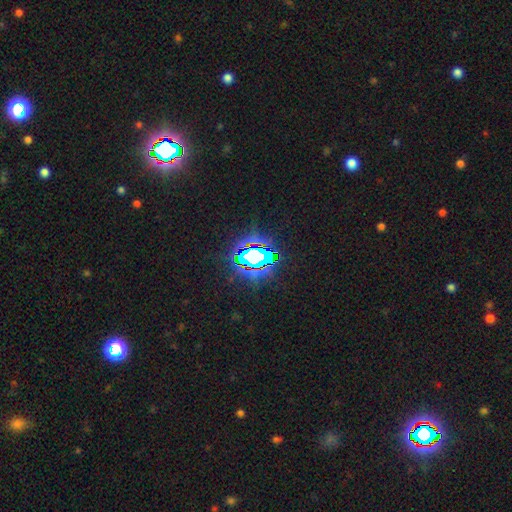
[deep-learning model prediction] star or artifact 69%, smooth 17%, featured or disk 14%.